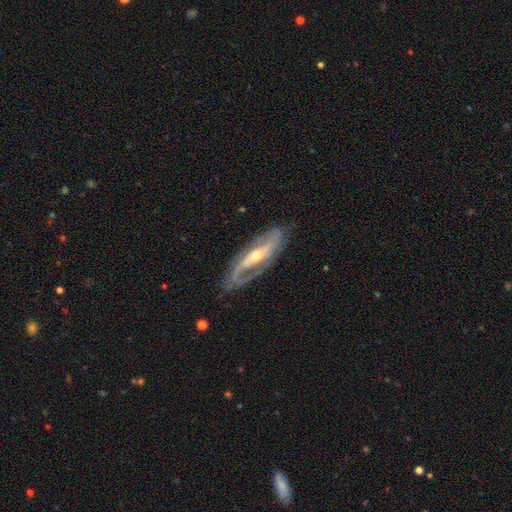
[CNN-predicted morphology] Overall: featured or disk (88%). Edge-on disk: no (88%). Bar: strong (40%; weak 30%). Spiral arms: yes (95%). Spiral arm count: 2 (84%). Spiral winding: medium (46%; tight 31%). Bulge size: small (49%; moderate 47%). Merging: none (77%).